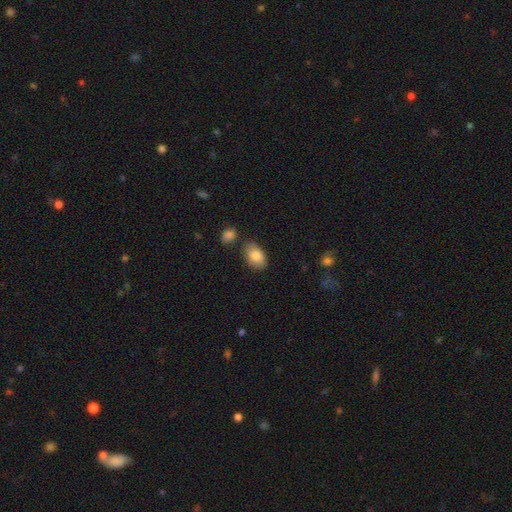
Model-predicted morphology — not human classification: A smooth galaxy with no disk features (84%) that is in between round and cigar-shaped (91%). Merging: none (75%).